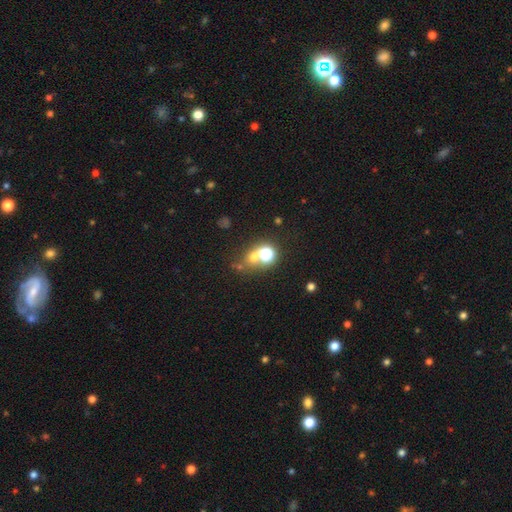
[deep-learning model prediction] This is possibly a smooth galaxy (59%). How rounded: likely round (76%). Merging: marginally merger (44%).